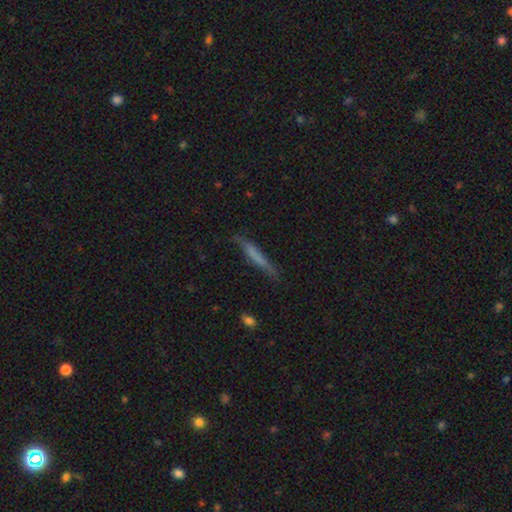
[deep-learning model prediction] A smooth galaxy with no disk features (58%) that is cigar-shaped (93%). Merging: none (74%).